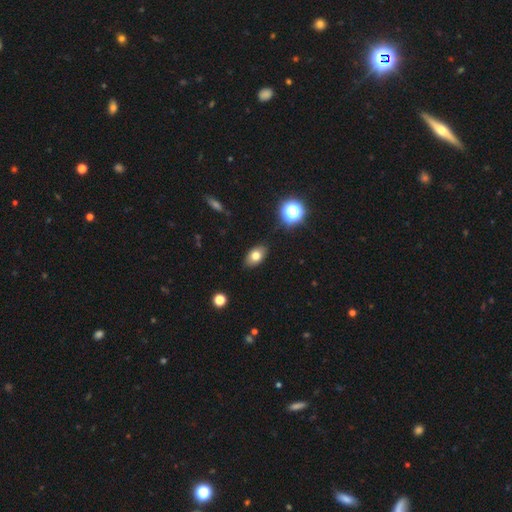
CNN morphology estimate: The model was most divided on "smooth or featured": smooth: 76%, featured or disk: 13%, star or artifact: 11%. More confident: how rounded — in between (86%); merging — none (85%).